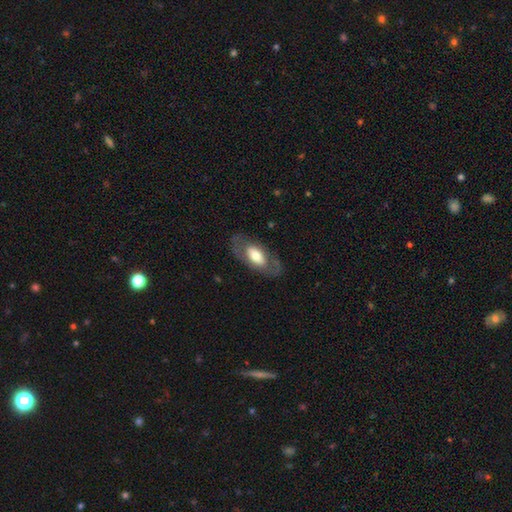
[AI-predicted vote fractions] Smooth or featured? smooth (50%)
Merging? none (76%)